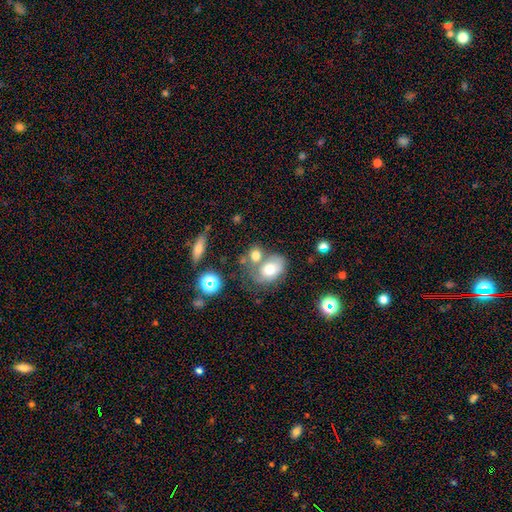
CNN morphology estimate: Smooth or featured: smooth — 67% (featured or disk — 20%)
How rounded: in between — 56% (round — 42%)
Merging: merger — 44% (none — 35%)